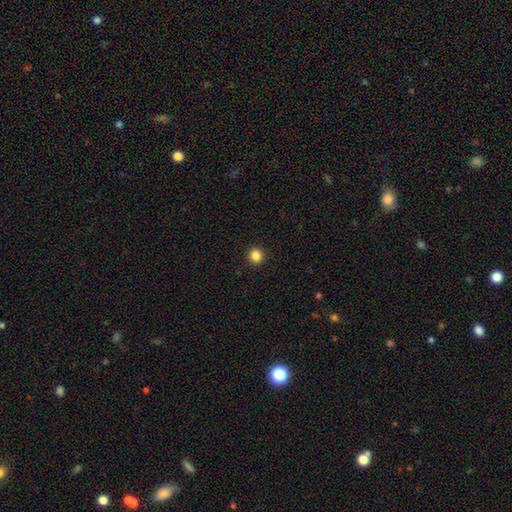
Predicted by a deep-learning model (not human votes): This is clearly a smooth galaxy (85%). How rounded: clearly round (94%). Merging: clearly none (93%).